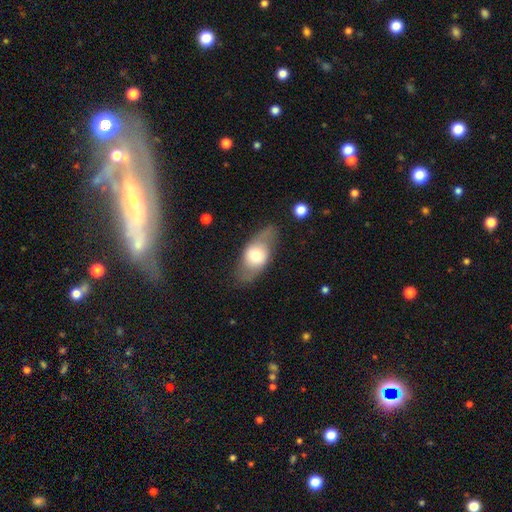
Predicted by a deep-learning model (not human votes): This appears to be a smooth galaxy with no disk features (53%) that is in between round and cigar-shaped (79%). Merging: none (73%).